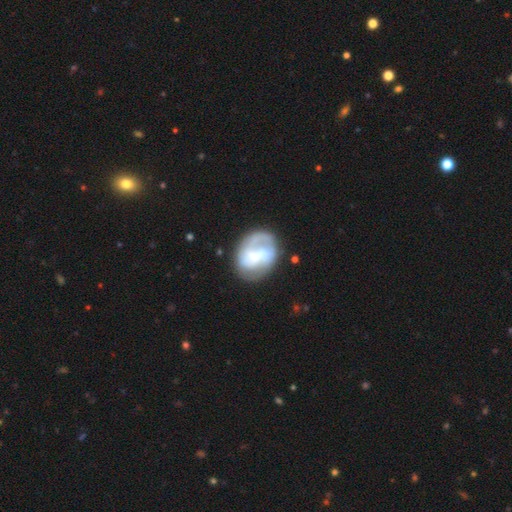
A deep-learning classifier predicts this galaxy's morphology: smooth_or_featured: featured or disk (p=0.70) [alt: smooth p=0.24]
disk_edge_on: no (p=0.98) [alt: yes p=0.02]
bar: weak (p=0.45) [alt: no p=0.35]
has_spiral_arms: yes (p=0.84) [alt: no p=0.16]
spiral_winding: medium (p=0.44) [alt: tight p=0.28]
spiral_arm_count: 2 (p=0.59) [alt: can't tell p=0.17]
bulge_size: small (p=0.42) [alt: moderate p=0.37]
merging: none (p=0.61) [alt: minor disturbance p=0.21]